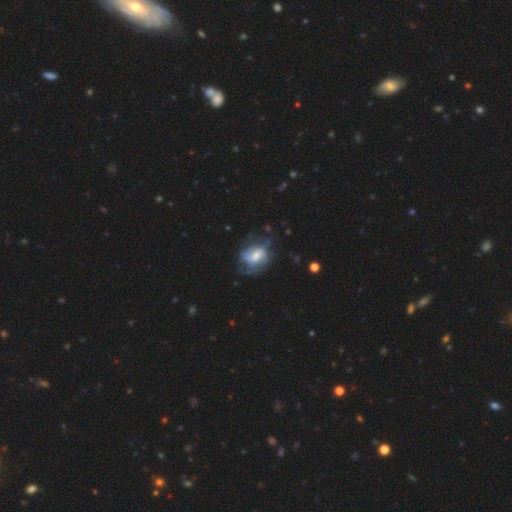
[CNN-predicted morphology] smooth_or_featured: featured or disk (p=0.62) [alt: smooth p=0.30]
disk_edge_on: no (p=0.97) [alt: yes p=0.03]
bar: weak (p=0.45) [alt: no p=0.40]
has_spiral_arms: yes (p=0.75) [alt: no p=0.25]
bulge_size: moderate (p=0.45) [alt: small p=0.37]
merging: none (p=0.49) [alt: minor disturbance p=0.25]